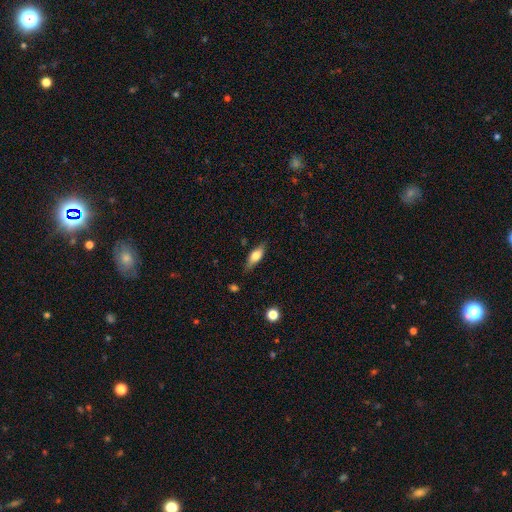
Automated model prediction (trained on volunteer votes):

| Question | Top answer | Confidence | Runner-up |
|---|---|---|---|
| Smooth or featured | smooth | 65% | featured or disk (28%) |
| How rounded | in between | 66% | cigar-shaped (30%) |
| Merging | none | 79% | minor disturbance (16%) |